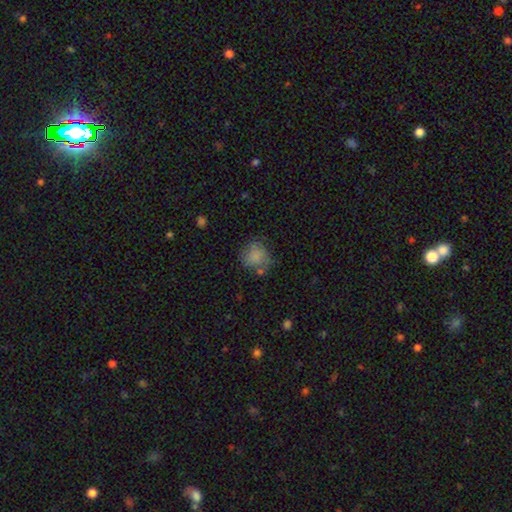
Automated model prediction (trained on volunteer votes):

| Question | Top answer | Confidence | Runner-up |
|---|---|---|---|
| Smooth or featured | smooth | 77% | featured or disk (13%) |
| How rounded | round | 79% | in between (20%) |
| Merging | none | 61% | minor disturbance (23%) |